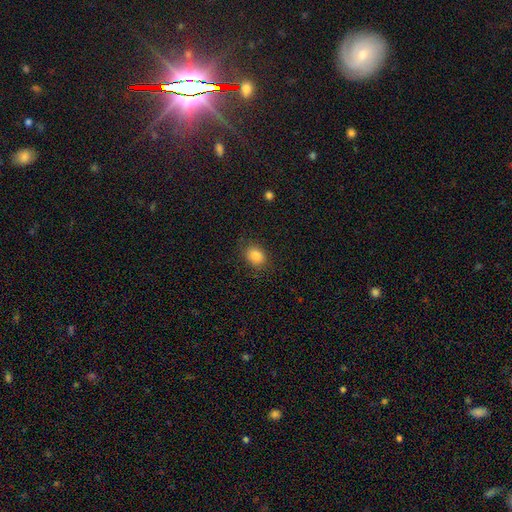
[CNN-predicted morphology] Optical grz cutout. It shows a smooth galaxy with no disk features (85%) that is in between round and cigar-shaped (56%). Merging: none (83%).